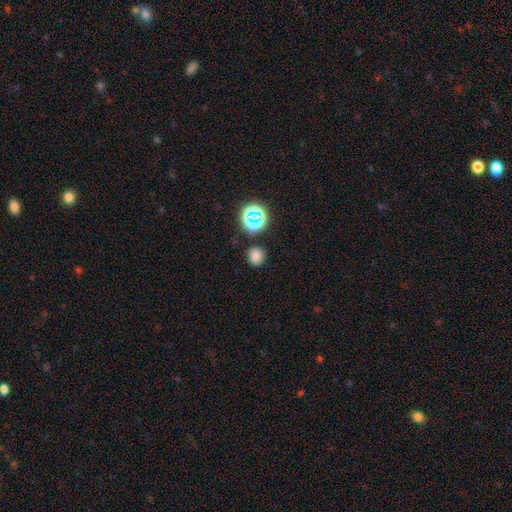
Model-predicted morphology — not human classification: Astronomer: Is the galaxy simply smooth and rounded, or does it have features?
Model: smooth — 76%.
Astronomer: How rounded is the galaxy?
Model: round — 80%.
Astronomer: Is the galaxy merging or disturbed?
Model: none — 84%.